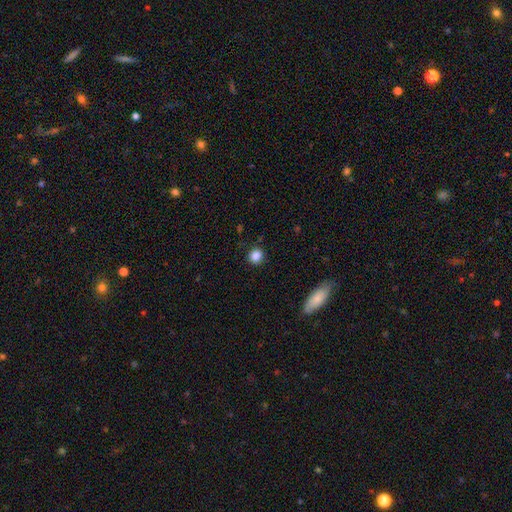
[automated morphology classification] Smooth or featured? smooth (85%)
How rounded? round (88%)
Merging? none (88%)